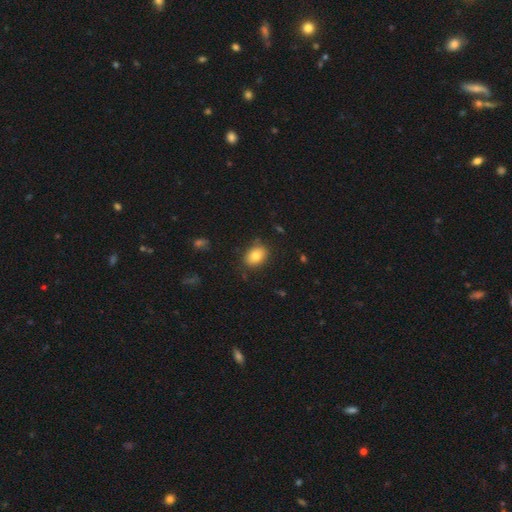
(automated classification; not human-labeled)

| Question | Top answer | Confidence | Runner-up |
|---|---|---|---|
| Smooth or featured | smooth | 82% | featured or disk (9%) |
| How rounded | in between | 74% | round (25%) |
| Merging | none | 82% | minor disturbance (13%) |